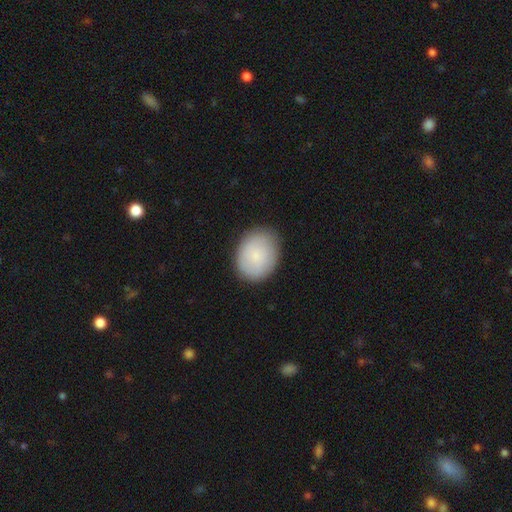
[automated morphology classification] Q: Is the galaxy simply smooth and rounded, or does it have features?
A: smooth — 83%.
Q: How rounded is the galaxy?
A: in between — 53%.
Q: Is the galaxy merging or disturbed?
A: none — 83%.